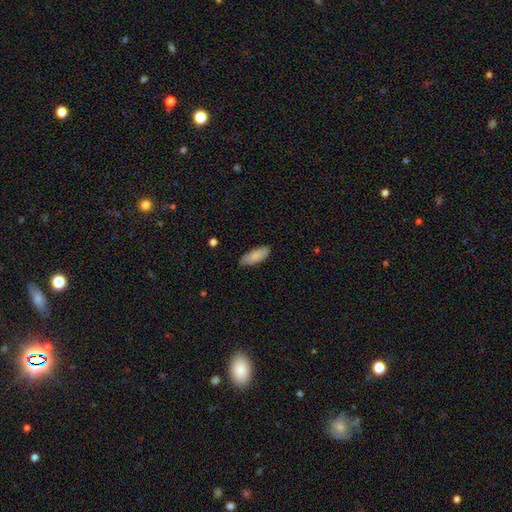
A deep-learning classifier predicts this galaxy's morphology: A smooth galaxy with no disk features (85%) that is in between round and cigar-shaped (72%).

Vote fractions:
- Smooth or featured? smooth: 85% / featured or disk: 9% / star or artifact: 6%
- How rounded? in between: 72% / cigar-shaped: 27% / round: 2%
- Merging? none: 83% / minor disturbance: 14% / major disturbance: 2% / merger: 1%